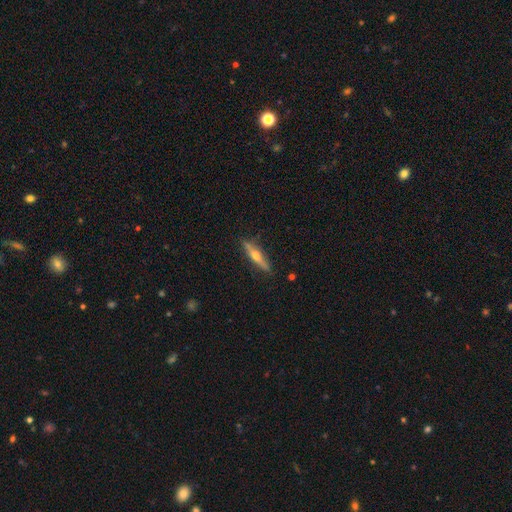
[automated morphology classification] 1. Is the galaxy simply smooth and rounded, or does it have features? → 63% featured or disk, 31% smooth, 6% star or artifact.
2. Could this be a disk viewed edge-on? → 96% yes, 4% no.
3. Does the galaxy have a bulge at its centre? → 92% rounded, 5% none, 3% boxy.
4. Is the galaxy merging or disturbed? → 87% none, 9% minor disturbance, 2% major disturbance, 1% merger.